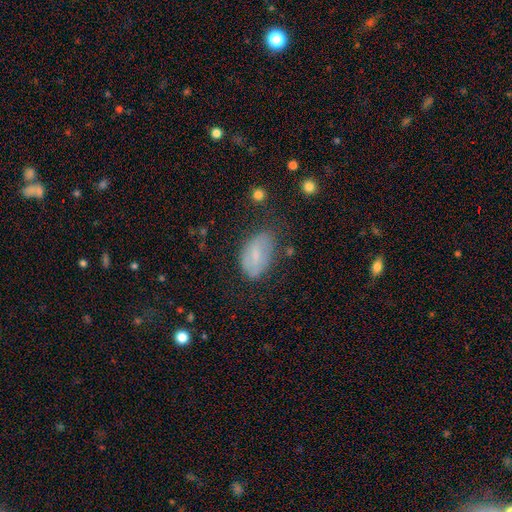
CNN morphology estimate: Smooth or featured? smooth (61%)
How rounded? in between (92%)
Merging? none (56%)